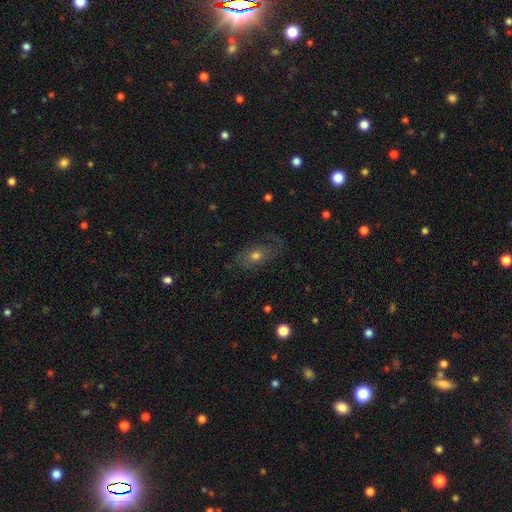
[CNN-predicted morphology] smooth_or_featured: featured or disk (p=0.45) [alt: smooth p=0.41]
merging: none (p=0.67) [alt: minor disturbance p=0.19]